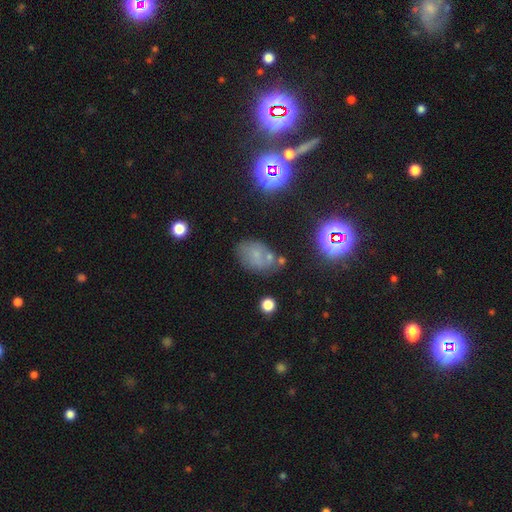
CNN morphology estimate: This is possibly a smooth galaxy (55%). How rounded: clearly in between (80%). Merging: possibly none (58%).